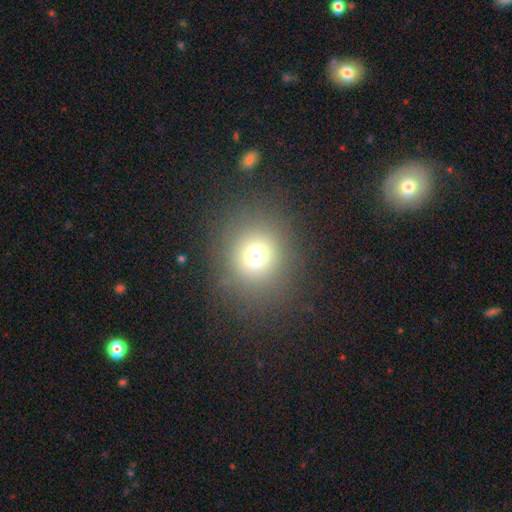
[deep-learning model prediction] Q: Smooth or featured?
A: smooth (71%); runner-up: star or artifact (18%)
Q: How rounded?
A: round (87%); runner-up: in between (12%)
Q: Merging?
A: none (85%); runner-up: minor disturbance (8%)